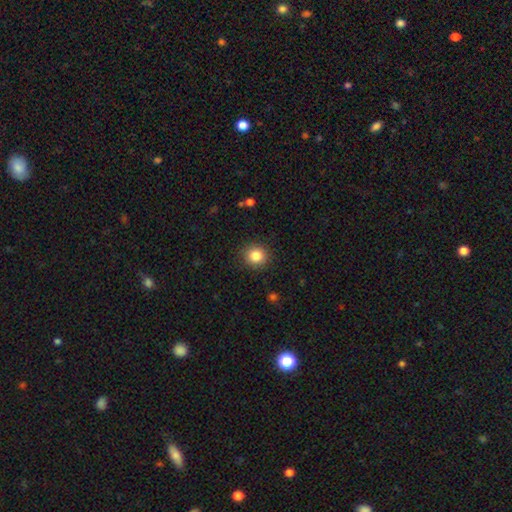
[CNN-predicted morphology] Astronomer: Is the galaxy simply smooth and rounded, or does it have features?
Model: smooth — 84%.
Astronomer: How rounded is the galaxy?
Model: round — 90%.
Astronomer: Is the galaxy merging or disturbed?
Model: none — 90%.